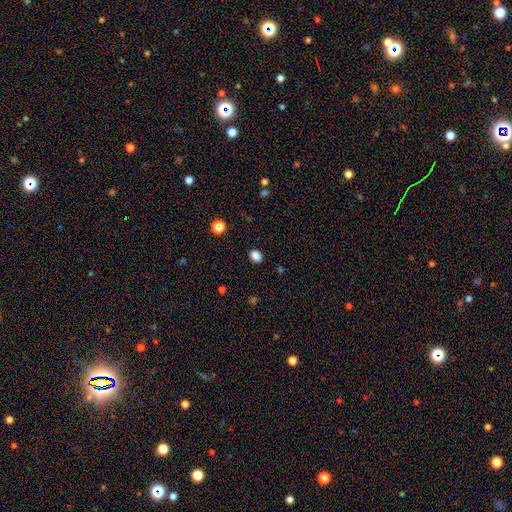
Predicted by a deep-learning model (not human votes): Smooth or featured?
  - smooth: 84% *
  - star or artifact: 13%
  - featured or disk: 3%
How rounded?
  - in between: 65% *
  - round: 34%
  - cigar-shaped: 1%
Merging?
  - none: 89% *
  - minor disturbance: 8%
  - major disturbance: 2%
  - merger: 1%